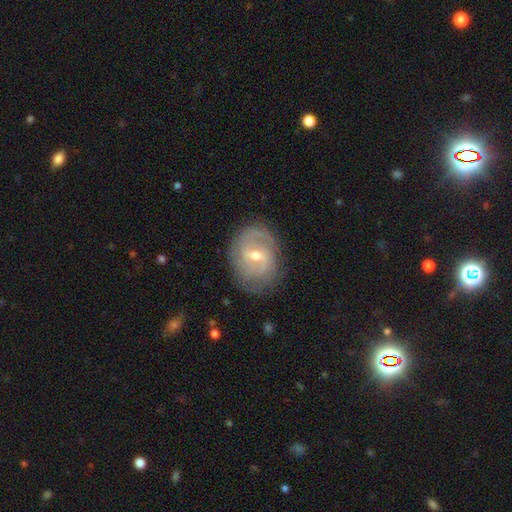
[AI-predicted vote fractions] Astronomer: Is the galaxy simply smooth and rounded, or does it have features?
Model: featured or disk — 79%.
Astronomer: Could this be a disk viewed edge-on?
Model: no — 96%.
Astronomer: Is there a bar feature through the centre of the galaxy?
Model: weak — 57%.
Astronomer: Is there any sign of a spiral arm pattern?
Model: yes — 88%.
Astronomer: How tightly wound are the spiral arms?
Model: tight — 42%, tied with medium at 42%.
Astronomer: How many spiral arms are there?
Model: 2 — 64%.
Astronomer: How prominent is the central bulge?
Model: moderate — 53% (runner-up: small, 43%).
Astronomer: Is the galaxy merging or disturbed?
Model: none — 75%.